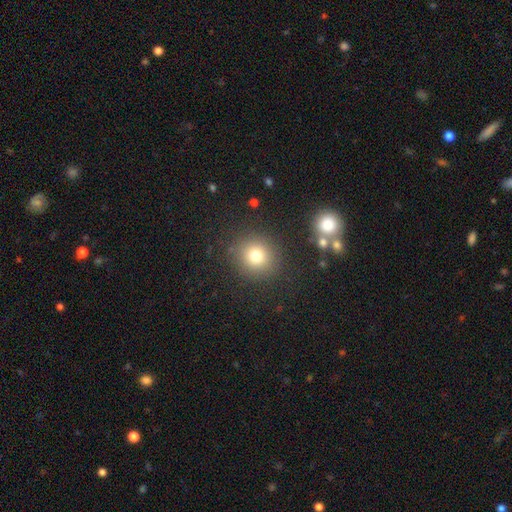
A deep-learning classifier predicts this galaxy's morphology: A smooth galaxy with no disk features (76%) that is round (91%). Merging: none (87%).